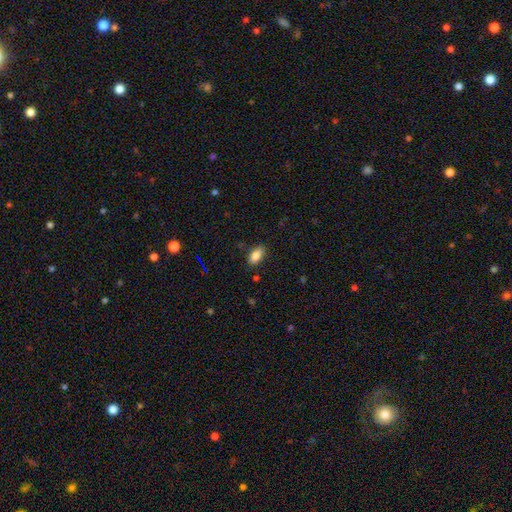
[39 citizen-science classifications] Morphology: type=smooth (82%); roundness=in between (91%); merging=none (80%).